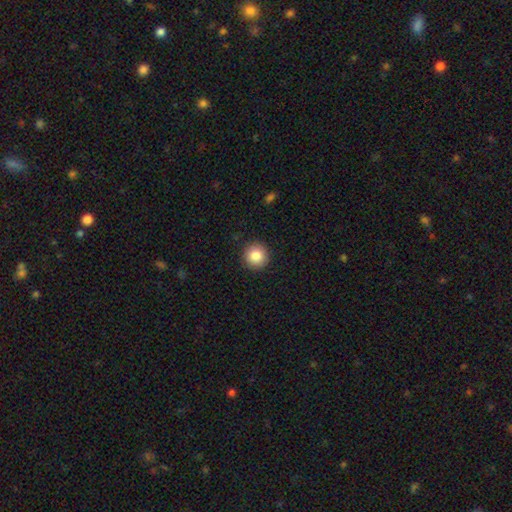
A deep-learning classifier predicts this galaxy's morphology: smooth-or-featured: smooth: 84% | star or artifact: 9% | featured or disk: 6%
  how-rounded: round: 95% | in between: 4% | cigar-shaped: 1%
  merging: none: 92% | minor disturbance: 5% | major disturbance: 2% | merger: 1%